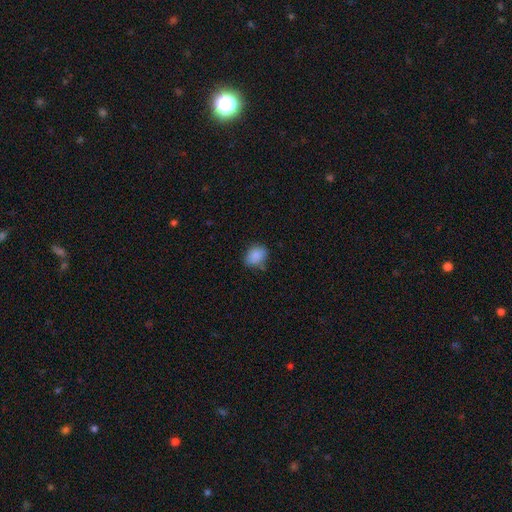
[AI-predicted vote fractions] Smooth or featured? smooth (87%)
How rounded? in between (58%)
Merging? none (69%)